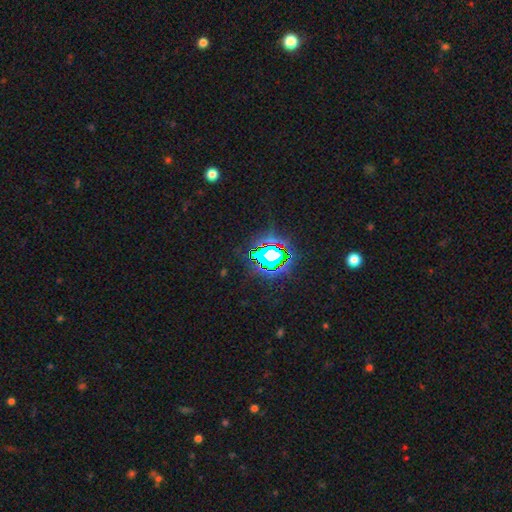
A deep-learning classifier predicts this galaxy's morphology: Overall: star or artifact (80%).